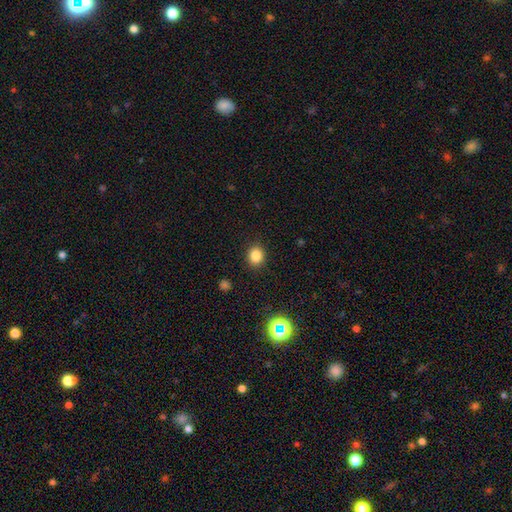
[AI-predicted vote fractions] Morphology: type=smooth (83%); roundness=round (71%); merging=none (89%).